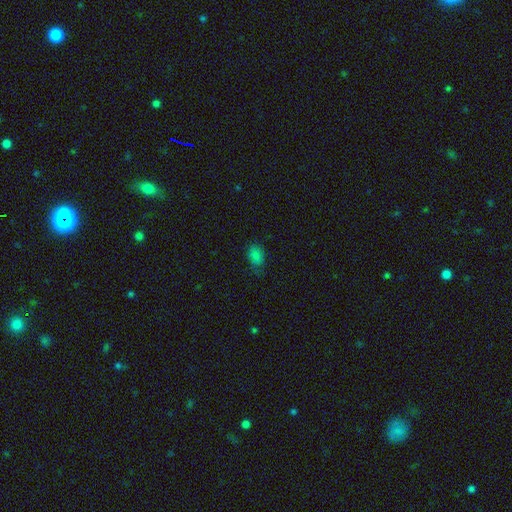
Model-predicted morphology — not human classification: Smooth or featured? Predicted: smooth (p=0.81). How rounded? Predicted: in between (p=0.81). Merging? Predicted: none (p=0.67).